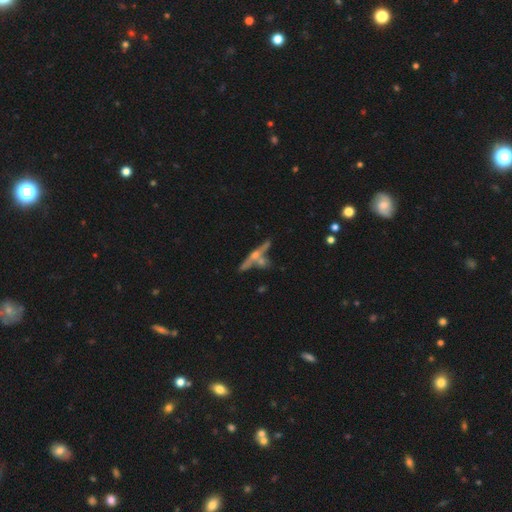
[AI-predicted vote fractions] Q: Smooth or featured?
A: featured or disk (69%); runner-up: smooth (20%)
Q: Edge-on disk?
A: yes (89%); runner-up: no (11%)
Q: Edge-on bulge?
A: rounded (83%); runner-up: none (12%)
Q: Merging?
A: none (55%); runner-up: merger (26%)